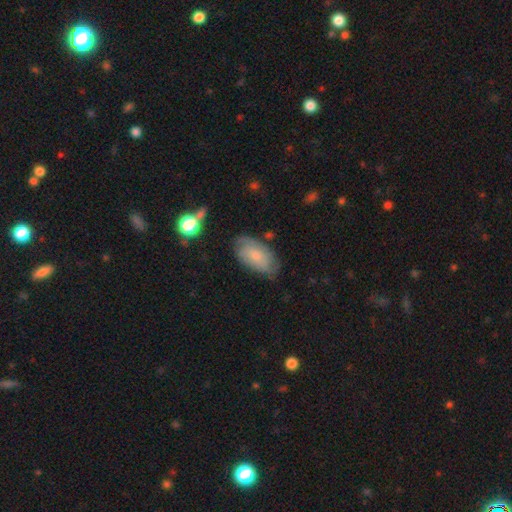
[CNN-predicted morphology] smooth-or-featured: smooth: 63% | featured or disk: 30% | star or artifact: 7%
  how-rounded: in between: 93% | round: 4% | cigar-shaped: 3%
  merging: none: 66% | minor disturbance: 25% | major disturbance: 6% | merger: 2%